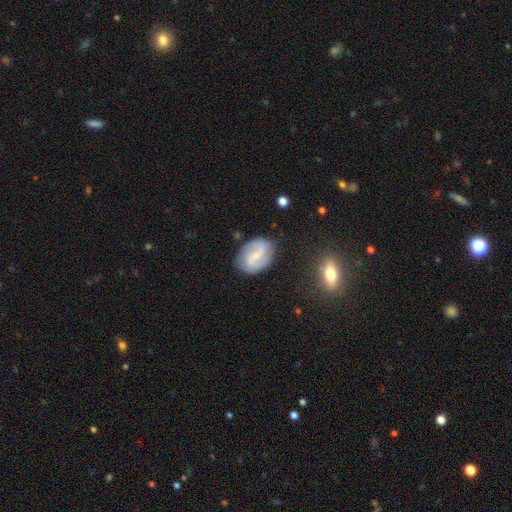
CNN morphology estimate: This is likely a featured or disk galaxy (72%). It is clearly not viewed edge-on (97%). Bar: possibly weak (50%). Spiral arm pattern: clearly yes (91%). Spiral arm count: clearly 2 (88%). Spiral winding: marginally medium (41%). Central bulge: likely small (68%). Merging: likely none (80%).